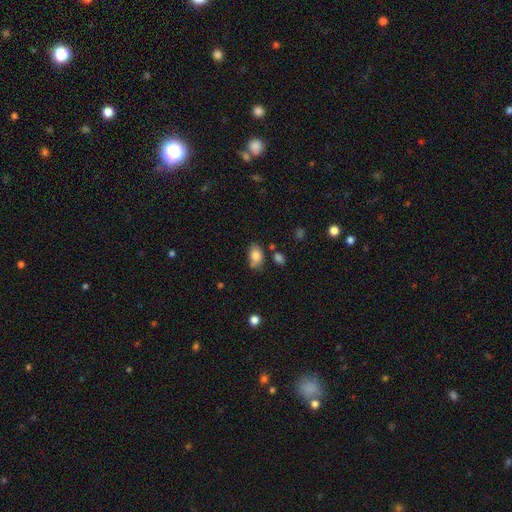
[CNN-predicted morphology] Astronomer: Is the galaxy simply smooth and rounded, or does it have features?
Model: smooth — 82%.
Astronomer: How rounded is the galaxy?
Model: in between — 86%.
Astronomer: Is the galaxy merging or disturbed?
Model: none — 67%.